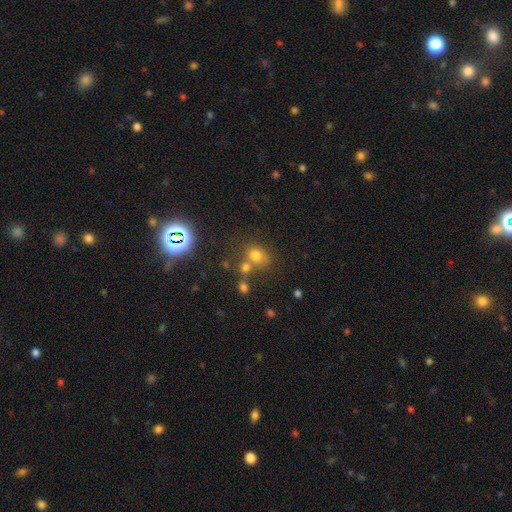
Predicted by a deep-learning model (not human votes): Overall: smooth (64%; star or artifact 26%). How rounded: round (61%; in between 38%). Merging: none (53%; merger 29%).